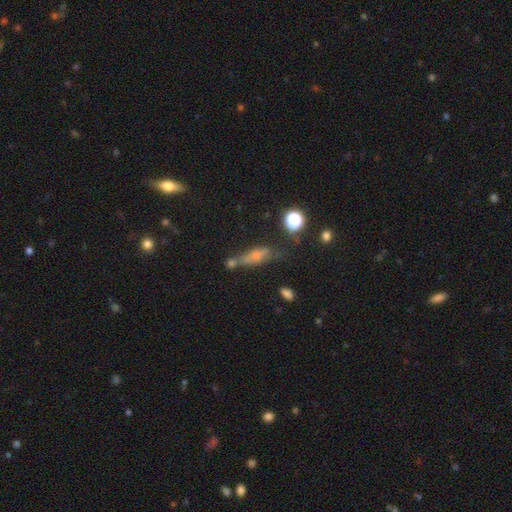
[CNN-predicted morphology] Smooth or featured? Predicted: smooth (p=0.50). Merging? Predicted: none (p=0.44).